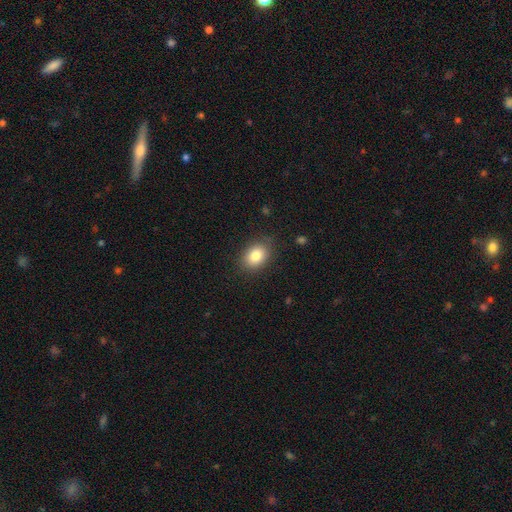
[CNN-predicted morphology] smooth 83%, star or artifact 9%, featured or disk 8%. Down the decision tree: how rounded — in between (73%); merging — none (84%).